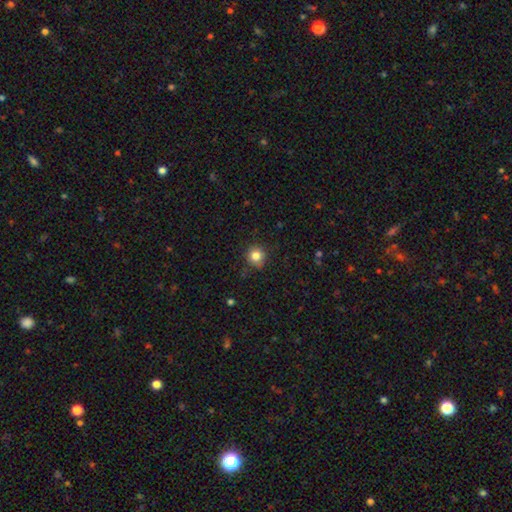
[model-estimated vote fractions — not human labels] This is clearly a smooth galaxy (83%). How rounded: clearly round (92%). Merging: clearly none (85%).